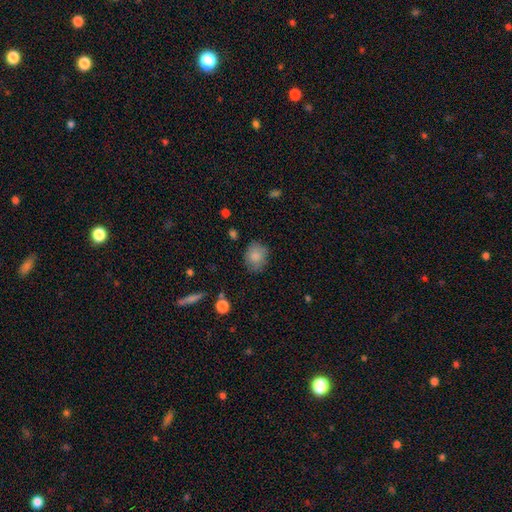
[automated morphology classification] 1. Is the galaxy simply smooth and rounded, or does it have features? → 85% smooth, 8% star or artifact, 7% featured or disk.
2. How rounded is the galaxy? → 64% round, 35% in between, 1% cigar-shaped.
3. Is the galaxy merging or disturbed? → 79% none, 16% minor disturbance, 4% major disturbance, 2% merger.